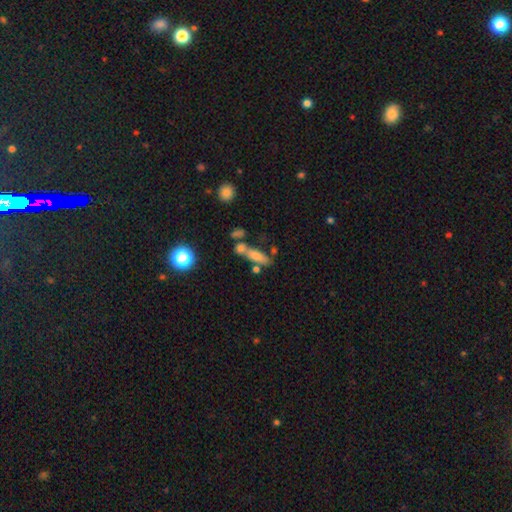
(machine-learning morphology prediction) This is likely a smooth galaxy (70%). How rounded: possibly in between (48%). Merging: possibly none (45%).